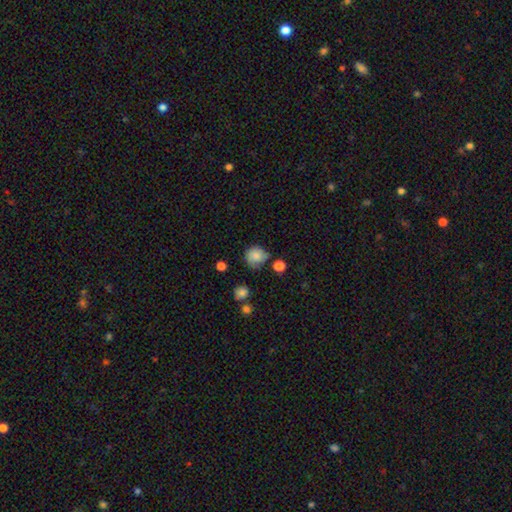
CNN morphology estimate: smooth-or-featured: smooth: 72% | featured or disk: 18% | star or artifact: 10%
  how-rounded: round: 82% | in between: 17% | cigar-shaped: 1%
  merging: none: 55% | minor disturbance: 30% | major disturbance: 10% | merger: 4%